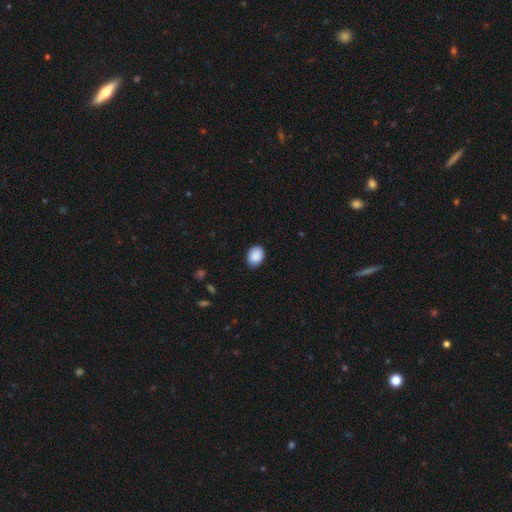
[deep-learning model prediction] A smooth galaxy with no disk features (89%) that is in between round and cigar-shaped (66%). Merging: none (83%).